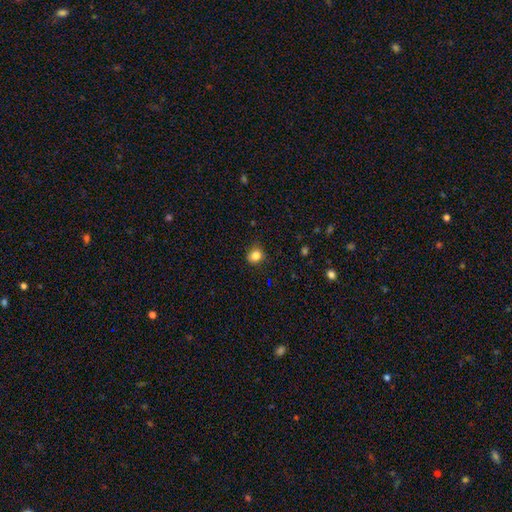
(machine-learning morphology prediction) smooth_or_featured: smooth (p=0.83) [alt: star or artifact p=0.12]
how_rounded: round (p=0.74) [alt: in between p=0.25]
merging: none (p=0.79) [alt: minor disturbance p=0.16]